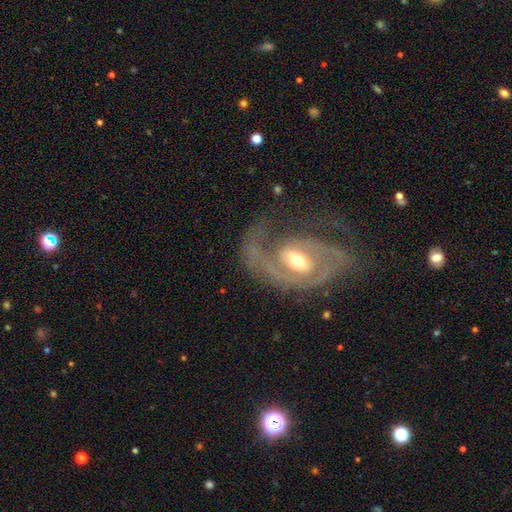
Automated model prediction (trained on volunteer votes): A featured or disk galaxy (88%) with a weak bar (44%), 2 (61%) medium (44%) spiral arms (94%) and a moderate central bulge (66%).

Vote fractions:
- Smooth or featured? featured or disk: 88% / smooth: 6% / star or artifact: 6%
- Edge-on disk? no: 96% / yes: 4%
- Bar? weak: 44% / no: 32% / strong: 24%
- Spiral arms? yes: 94% / no: 6%
- Spiral winding? medium: 44% / tight: 42% / loose: 14%
- Spiral arm count? 2: 61% / 1: 15% / can't tell: 12% / 3: 7% / 4: 3% / more than 4: 3%
- Bulge size? moderate: 66% / small: 26% / large: 6% / none: 1% / dominant: 1%
- Merging? none: 55% / major disturbance: 22% / minor disturbance: 20% / merger: 3%